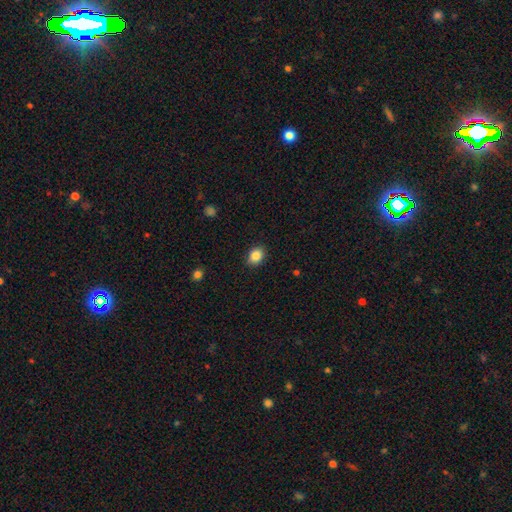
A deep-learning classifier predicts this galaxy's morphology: smooth-or-featured: smooth: 86% | star or artifact: 9% | featured or disk: 5%
  how-rounded: in between: 57% | round: 42% | cigar-shaped: 1%
  merging: none: 89% | minor disturbance: 8% | major disturbance: 2% | merger: 1%